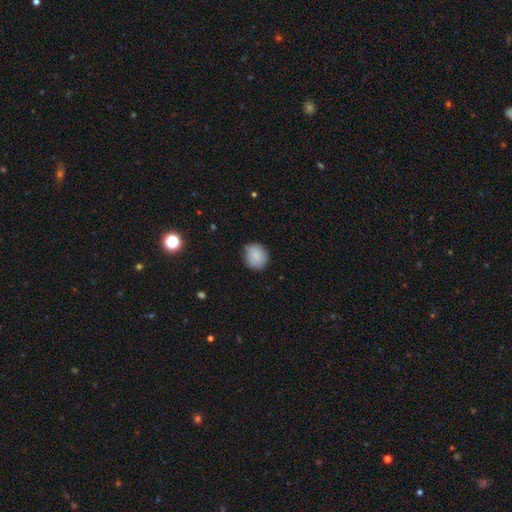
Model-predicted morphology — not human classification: Overall: smooth (86%). How rounded: round (76%). Merging: none (80%).